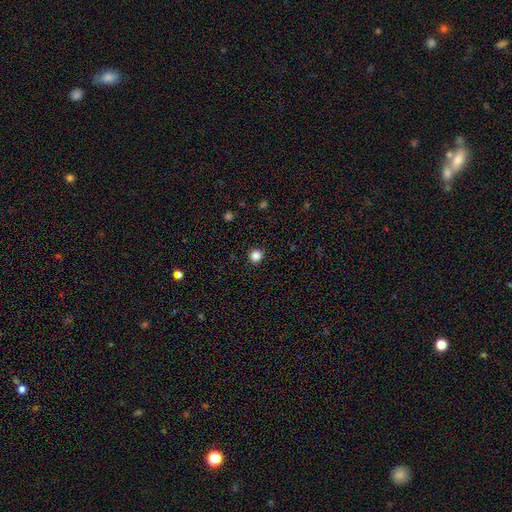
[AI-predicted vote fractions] smooth_or_featured: smooth (p=0.85) [alt: star or artifact p=0.12]
how_rounded: round (p=0.93) [alt: in between p=0.06]
merging: none (p=0.92) [alt: minor disturbance p=0.05]